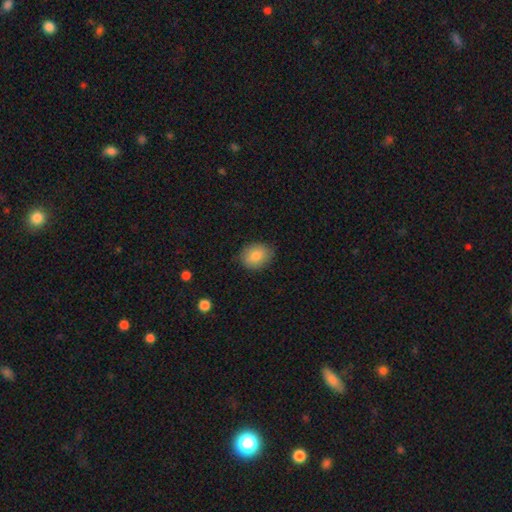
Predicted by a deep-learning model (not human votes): Overall: smooth (85%). How rounded: in between (58%; round 41%). Merging: none (84%).